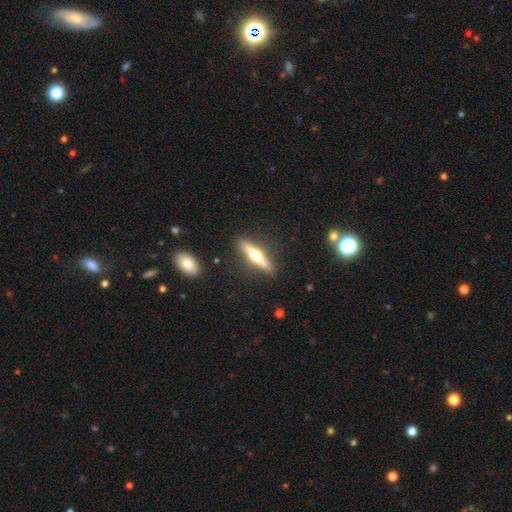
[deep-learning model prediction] Smooth or featured: featured or disk — 66% (smooth — 29%)
Edge-on disk: yes — 96% (no — 4%)
Edge-on bulge: rounded — 96% (none — 2%)
Merging: none — 90% (minor disturbance — 7%)